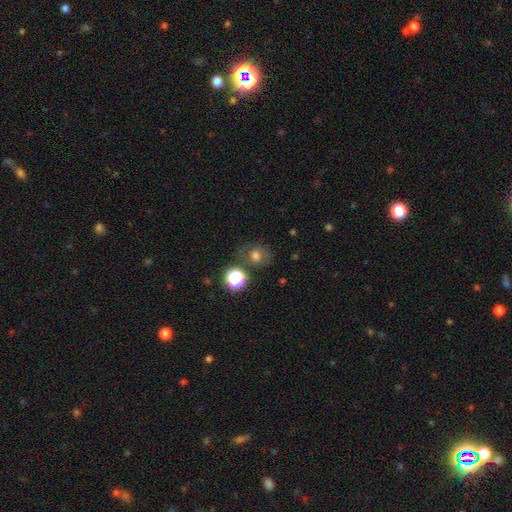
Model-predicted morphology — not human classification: This appears to be a smooth galaxy with no disk features (65%) that is round (65%). Merging: none (64%).